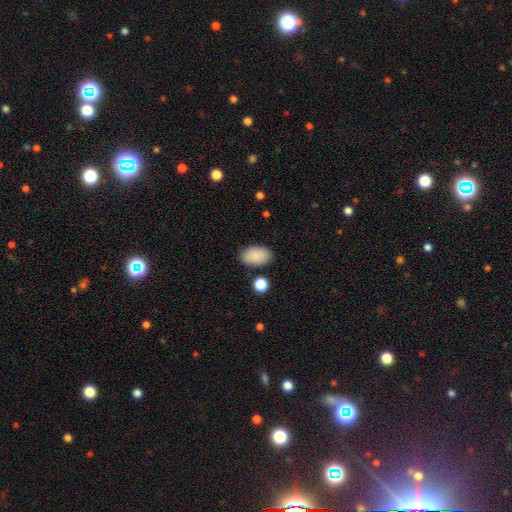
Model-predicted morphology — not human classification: Q: Smooth or featured?
A: smooth (89%); runner-up: star or artifact (6%)
Q: How rounded?
A: in between (93%); runner-up: round (6%)
Q: Merging?
A: none (86%); runner-up: minor disturbance (9%)